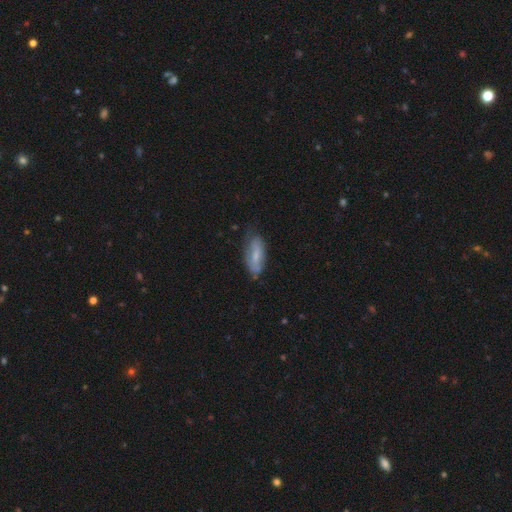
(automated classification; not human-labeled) smooth-or-featured: smooth: 56% | featured or disk: 37% | star or artifact: 7%
  how-rounded: in between: 74% | cigar-shaped: 24% | round: 2%
  merging: none: 61% | minor disturbance: 29% | major disturbance: 8% | merger: 2%